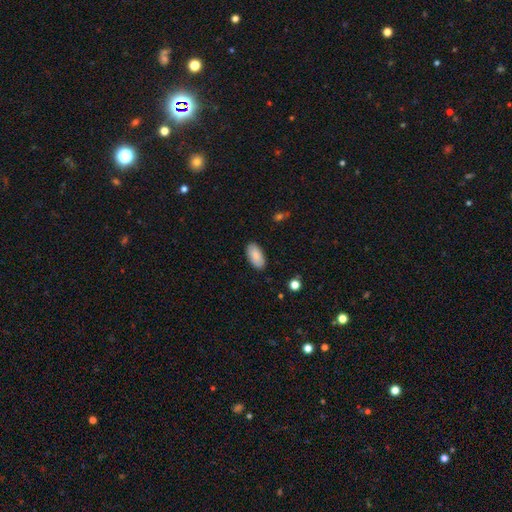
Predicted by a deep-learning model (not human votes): Smooth or featured: smooth — 84% (featured or disk — 10%)
How rounded: in between — 94% (cigar-shaped — 3%)
Merging: none — 86% (minor disturbance — 10%)